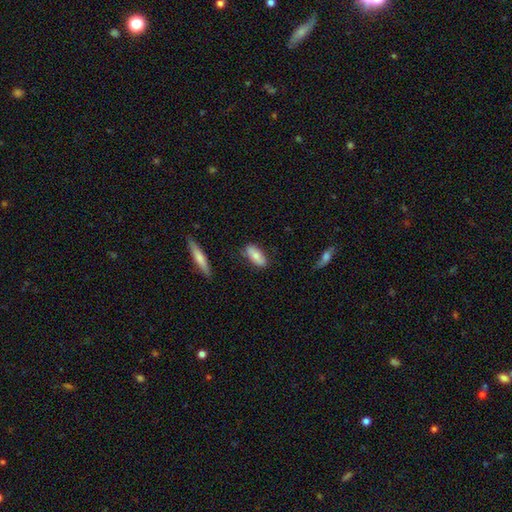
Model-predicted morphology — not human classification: A smooth galaxy with no disk features (72%) that is in between round and cigar-shaped (82%).

Vote fractions:
- Smooth or featured? smooth: 72% / featured or disk: 21% / star or artifact: 6%
- How rounded? in between: 82% / cigar-shaped: 15% / round: 3%
- Merging? none: 78% / minor disturbance: 15% / merger: 3% / major disturbance: 3%